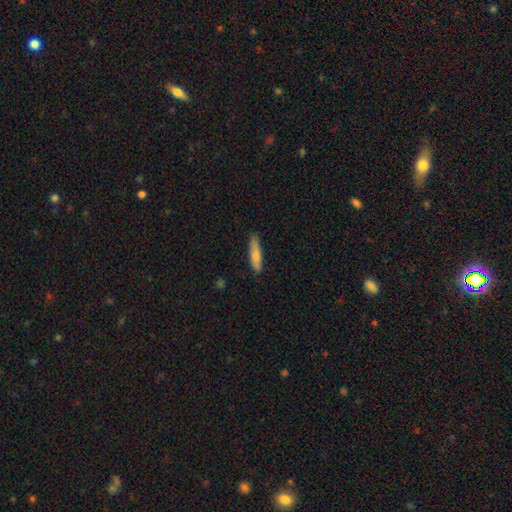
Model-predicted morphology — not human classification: This appears to be a smooth galaxy with no disk features (79%) that is cigar-shaped (77%). Merging: none (78%).